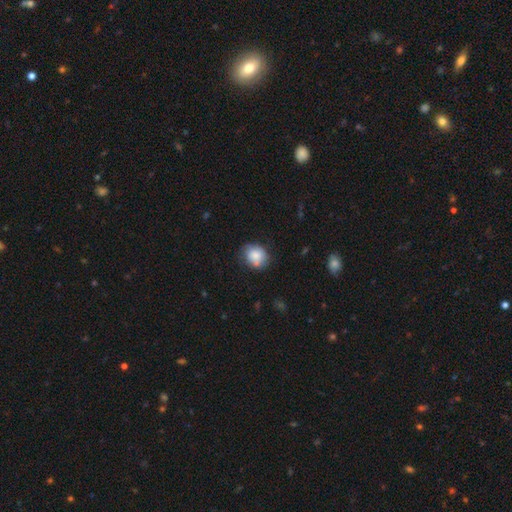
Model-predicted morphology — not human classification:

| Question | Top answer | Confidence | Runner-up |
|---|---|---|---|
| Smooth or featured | smooth | 82% | featured or disk (10%) |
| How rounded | round | 62% | in between (37%) |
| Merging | none | 69% | minor disturbance (23%) |